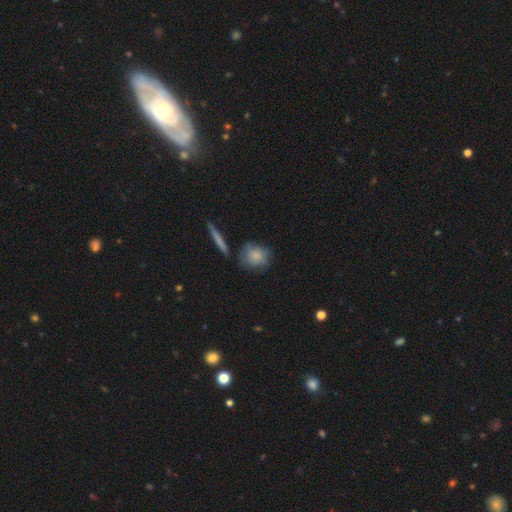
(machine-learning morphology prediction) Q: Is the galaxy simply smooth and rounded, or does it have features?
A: smooth — 78%.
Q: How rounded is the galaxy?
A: round — 73%.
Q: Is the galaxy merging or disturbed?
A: none — 65%.